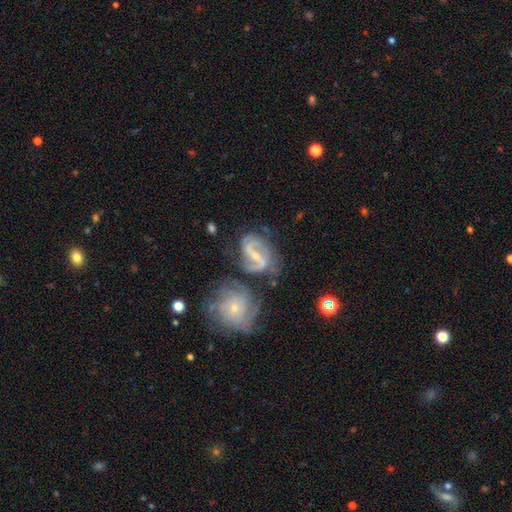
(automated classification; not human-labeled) Smooth or featured? featured or disk (87%)
Edge-on disk? no (97%)
Bar? strong (45%)
Spiral arms? yes (96%)
Spiral winding? medium (50%)
Spiral arm count? 2 (80%)
Bulge size? small (69%)
Merging? none (53%)